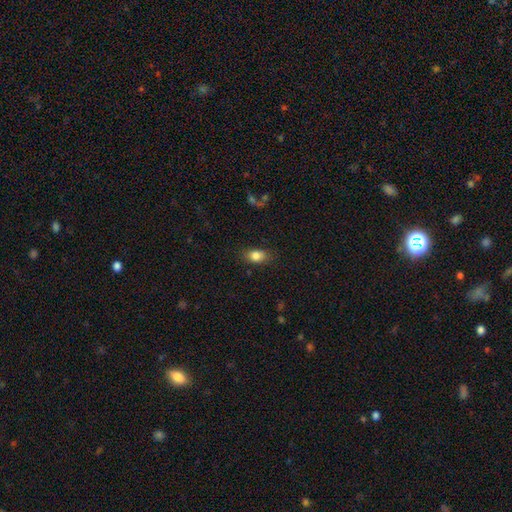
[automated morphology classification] Smooth or featured?
  - smooth: 83% *
  - featured or disk: 9%
  - star or artifact: 9%
How rounded?
  - in between: 83% *
  - round: 13%
  - cigar-shaped: 3%
Merging?
  - none: 82% *
  - minor disturbance: 13%
  - major disturbance: 4%
  - merger: 1%